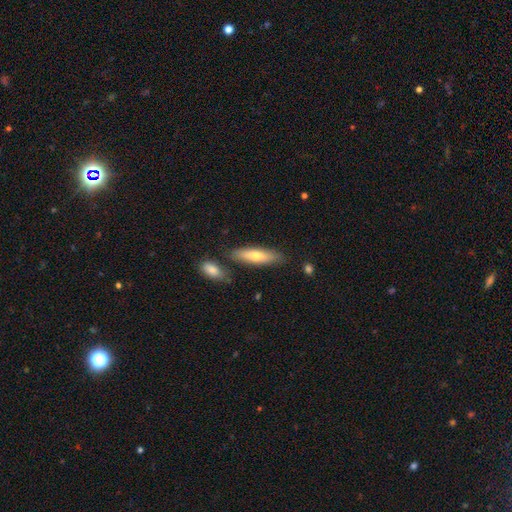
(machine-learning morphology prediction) Overall: smooth (63%; featured or disk 31%). How rounded: cigar-shaped (65%; in between 33%). Merging: none (79%).